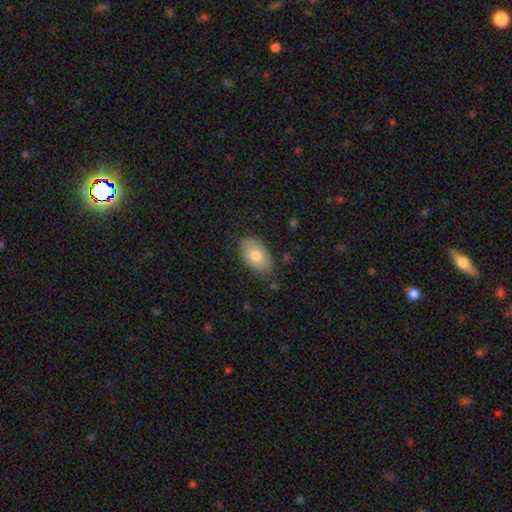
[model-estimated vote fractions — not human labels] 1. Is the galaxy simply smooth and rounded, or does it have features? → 76% smooth, 17% featured or disk, 7% star or artifact.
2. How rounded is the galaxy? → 92% in between, 7% round, 1% cigar-shaped.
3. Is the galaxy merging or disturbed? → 78% none, 17% minor disturbance, 3% major disturbance, 2% merger.